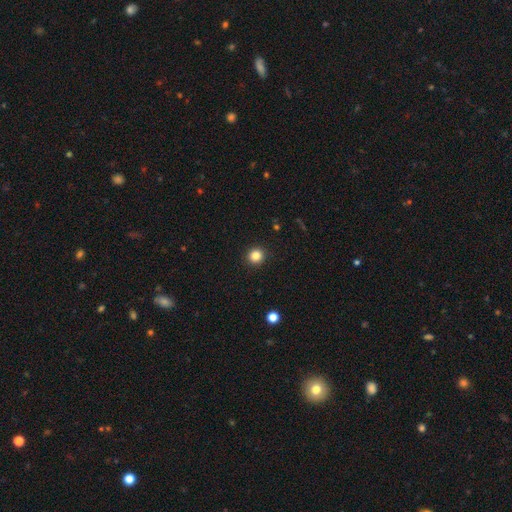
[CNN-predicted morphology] A smooth galaxy with no disk features (84%) that is round (92%).

Vote fractions:
- Smooth or featured? smooth: 84% / star or artifact: 11% / featured or disk: 4%
- How rounded? round: 92% / in between: 7% / cigar-shaped: 1%
- Merging? none: 92% / minor disturbance: 5% / major disturbance: 2% / merger: 1%